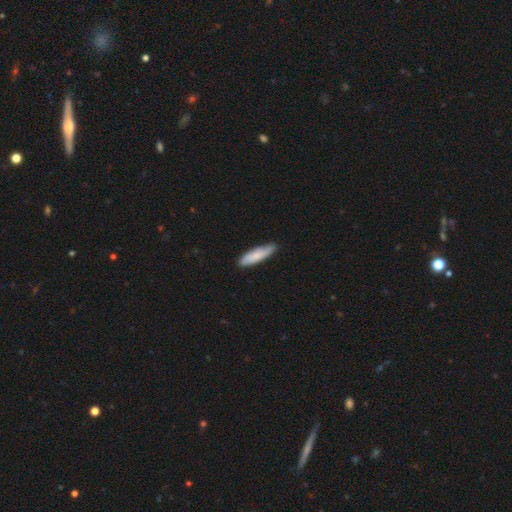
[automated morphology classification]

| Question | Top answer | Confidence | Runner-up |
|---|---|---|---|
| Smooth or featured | smooth | 76% | featured or disk (19%) |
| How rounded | cigar-shaped | 66% | in between (33%) |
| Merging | none | 83% | minor disturbance (14%) |